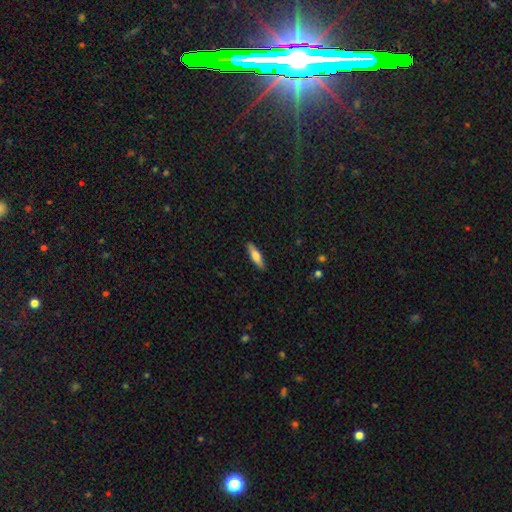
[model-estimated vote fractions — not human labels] smooth 63%, featured or disk 31%, star or artifact 6%. Down the decision tree: how rounded — cigar-shaped (71%); merging — none (89%).